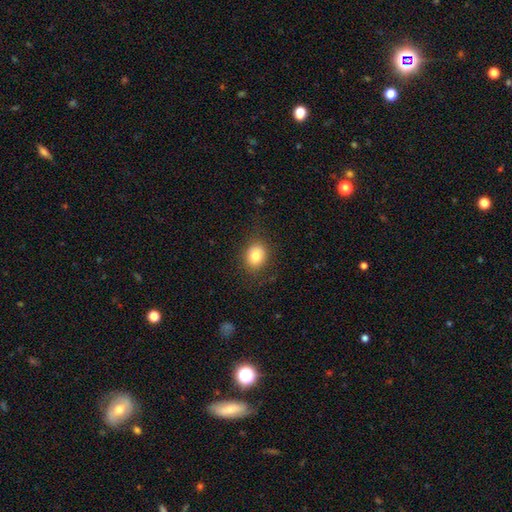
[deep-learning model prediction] The model was most divided on "how rounded": round: 58%, in between: 41%, cigar-shaped: 1%. More confident: merging — none (86%); smooth or featured — smooth (81%).